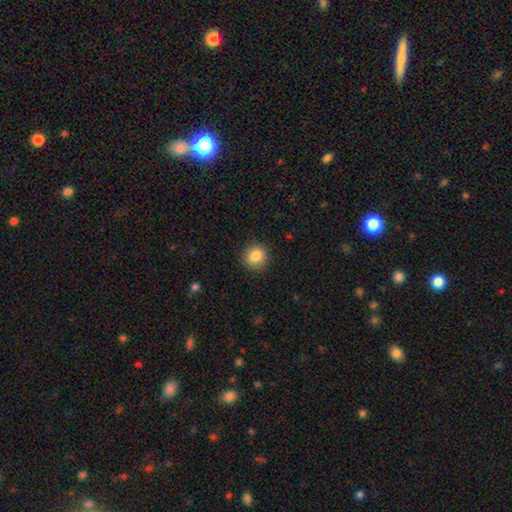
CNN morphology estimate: smooth_or_featured: smooth (p=0.85) [alt: star or artifact p=0.10]
how_rounded: round (p=0.88) [alt: in between p=0.11]
merging: none (p=0.89) [alt: minor disturbance p=0.08]